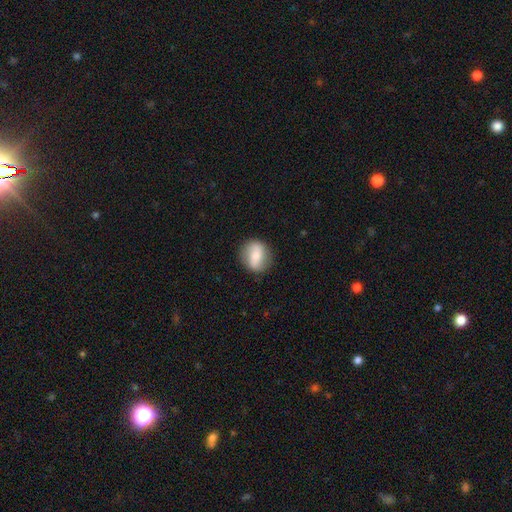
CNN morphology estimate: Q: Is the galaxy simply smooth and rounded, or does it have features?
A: smooth — 58%.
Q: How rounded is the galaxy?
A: round — 68%.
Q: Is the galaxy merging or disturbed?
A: none — 84%.